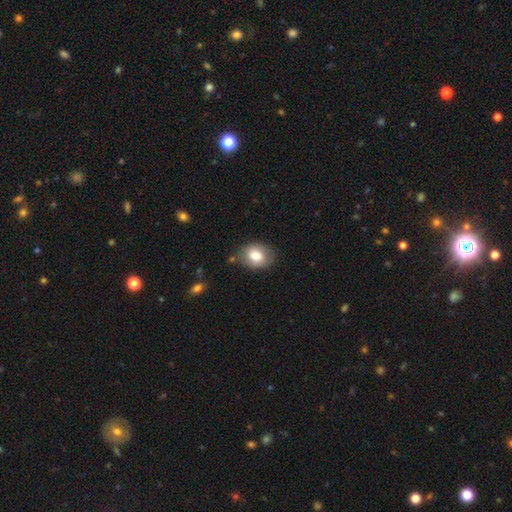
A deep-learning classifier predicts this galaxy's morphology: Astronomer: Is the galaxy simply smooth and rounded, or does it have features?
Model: smooth — 77%.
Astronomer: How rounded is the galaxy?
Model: in between — 63%.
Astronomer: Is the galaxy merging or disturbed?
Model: none — 77%.